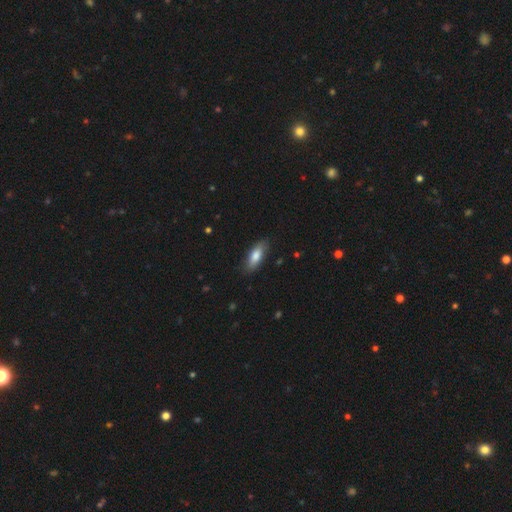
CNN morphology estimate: Smooth or featured?
  - smooth: 79% *
  - featured or disk: 15%
  - star or artifact: 6%
How rounded?
  - in between: 72% *
  - cigar-shaped: 26%
  - round: 2%
Merging?
  - none: 83% *
  - minor disturbance: 13%
  - major disturbance: 2%
  - merger: 1%